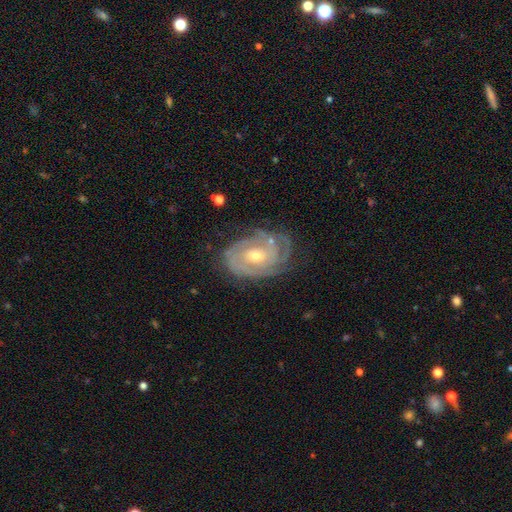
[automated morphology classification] This is clearly a featured or disk galaxy (86%). It is clearly not viewed edge-on (96%). Bar: possibly no (59%). Spiral arm pattern: clearly yes (96%). Spiral arm count: marginally can't tell (26%, tied with 3 and 2). Spiral winding: likely tight (75%). Central bulge: possibly moderate (54%). Merging: likely none (73%).